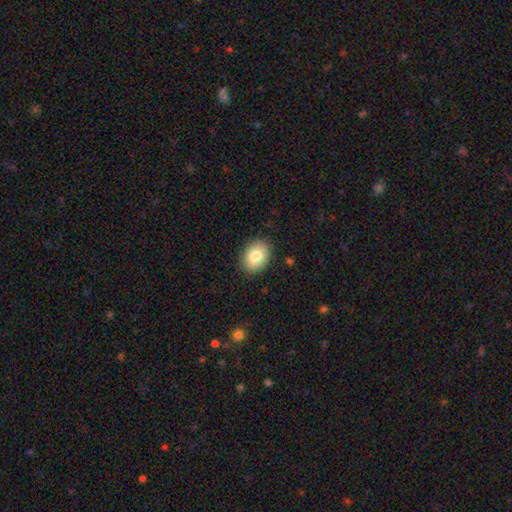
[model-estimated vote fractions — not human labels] Q: Smooth or featured?
A: smooth (81%); runner-up: featured or disk (11%)
Q: How rounded?
A: in between (73%); runner-up: round (26%)
Q: Merging?
A: none (87%); runner-up: minor disturbance (9%)